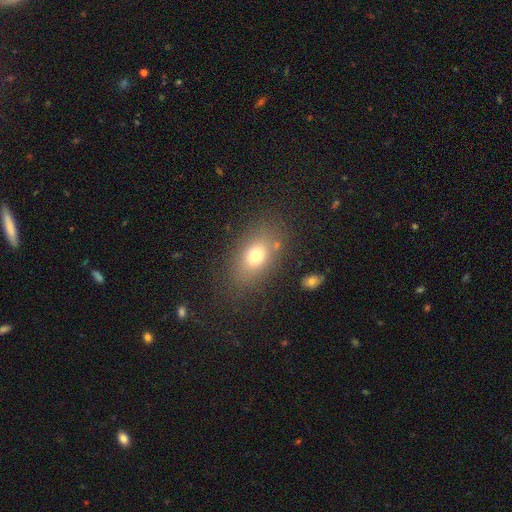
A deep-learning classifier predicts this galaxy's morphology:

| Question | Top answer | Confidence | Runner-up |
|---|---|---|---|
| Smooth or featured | smooth | 72% | featured or disk (15%) |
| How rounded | in between | 80% | round (17%) |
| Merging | none | 79% | minor disturbance (12%) |